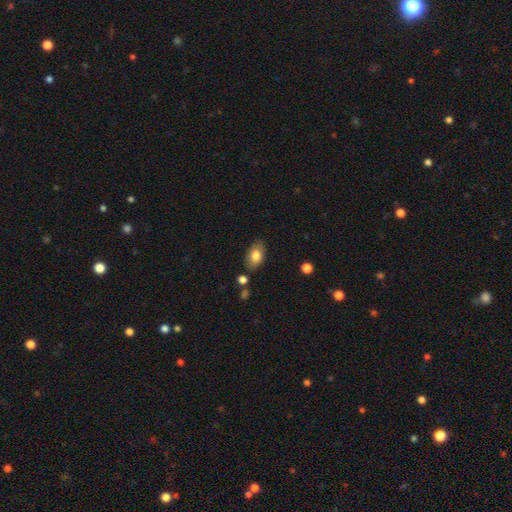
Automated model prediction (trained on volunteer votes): smooth_or_featured: smooth (p=0.80) [alt: featured or disk p=0.12]
how_rounded: in between (p=0.90) [alt: round p=0.09]
merging: none (p=0.83) [alt: minor disturbance p=0.12]